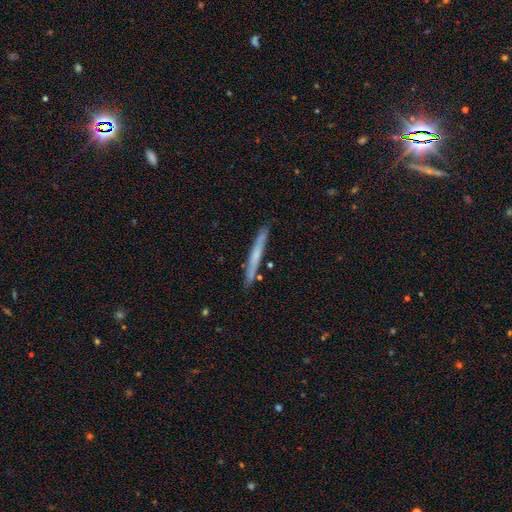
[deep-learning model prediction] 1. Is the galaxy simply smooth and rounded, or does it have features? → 50% smooth, 44% featured or disk, 6% star or artifact.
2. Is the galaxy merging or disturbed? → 87% none, 9% minor disturbance, 2% merger, 2% major disturbance.